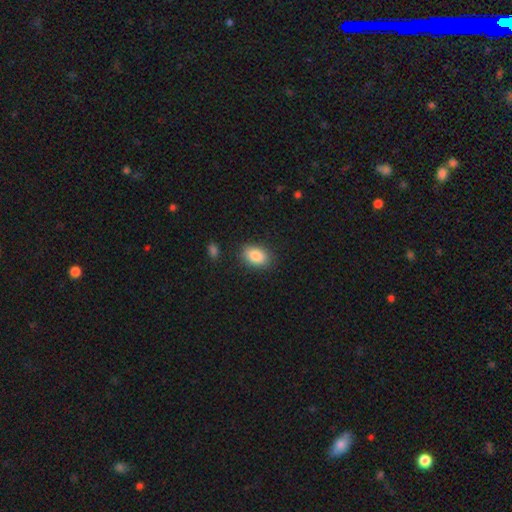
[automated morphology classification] Q: Smooth or featured?
A: smooth (87%); runner-up: star or artifact (8%)
Q: How rounded?
A: in between (86%); runner-up: round (13%)
Q: Merging?
A: none (85%); runner-up: minor disturbance (10%)